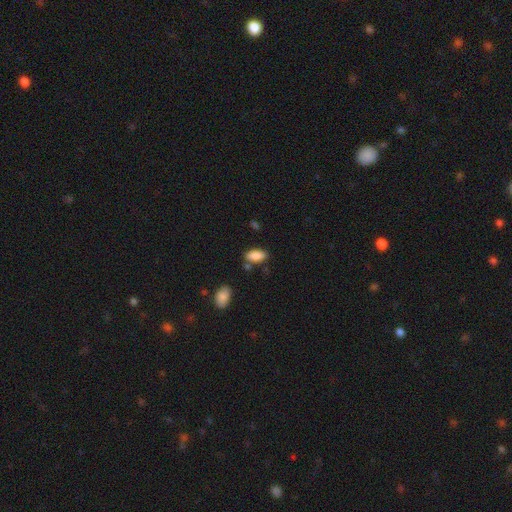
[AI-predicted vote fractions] This is clearly a smooth galaxy (87%). How rounded: clearly in between (90%). Merging: likely none (76%).